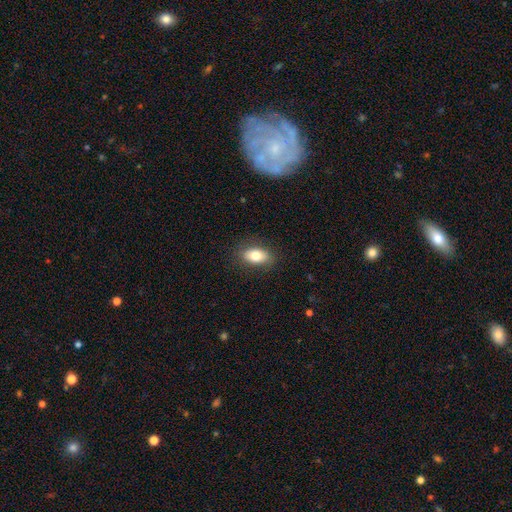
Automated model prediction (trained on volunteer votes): Morphology: type=smooth (78%); roundness=in between (89%); merging=none (85%).